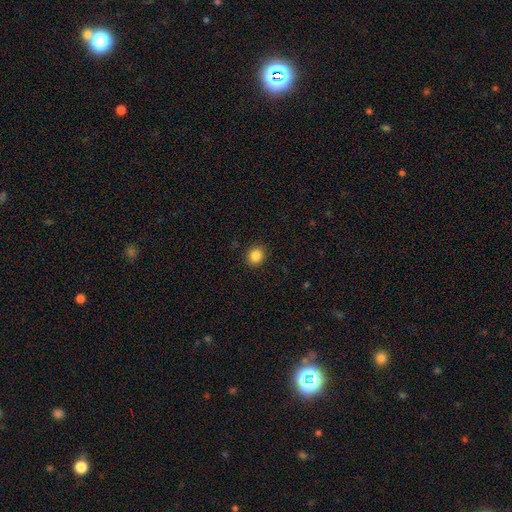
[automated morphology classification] Q: Smooth or featured?
A: smooth (86%); runner-up: star or artifact (10%)
Q: How rounded?
A: round (79%); runner-up: in between (20%)
Q: Merging?
A: none (90%); runner-up: minor disturbance (7%)